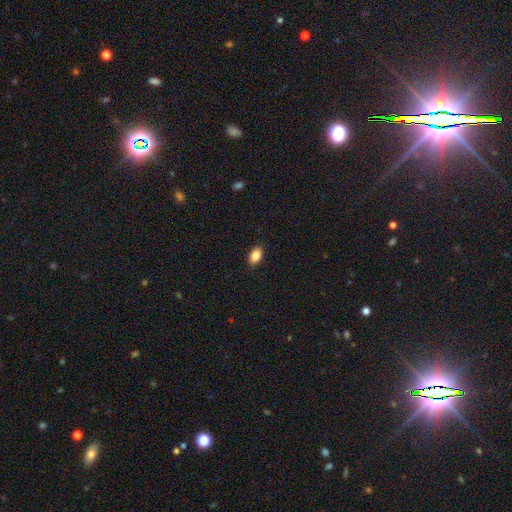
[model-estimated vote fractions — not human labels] smooth_or_featured: smooth (p=0.85) [alt: star or artifact p=0.08]
how_rounded: in between (p=0.90) [alt: round p=0.08]
merging: none (p=0.89) [alt: minor disturbance p=0.08]